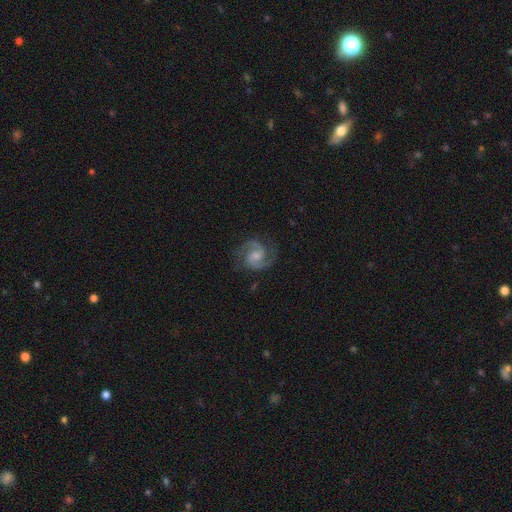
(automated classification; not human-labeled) This is clearly a featured or disk galaxy (90%). It is clearly not viewed edge-on (98%). Bar: possibly no (52%). Spiral arm pattern: clearly yes (98%). Spiral arm count: clearly 2 (93%). Spiral winding: likely medium (61%). Central bulge: marginally small (44%). Merging: clearly none (81%).